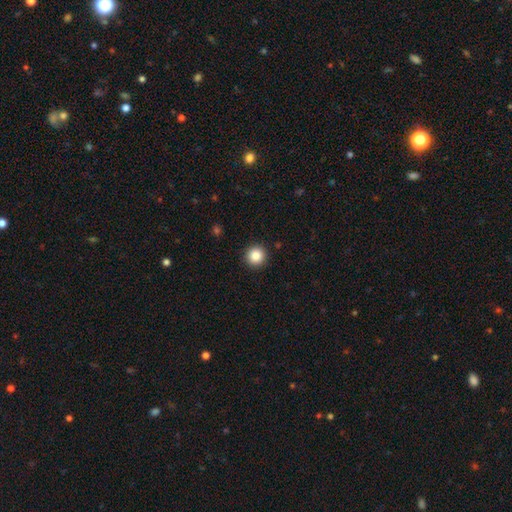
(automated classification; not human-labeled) This appears to be a smooth galaxy with no disk features (86%) that is round (96%). Merging: none (93%).